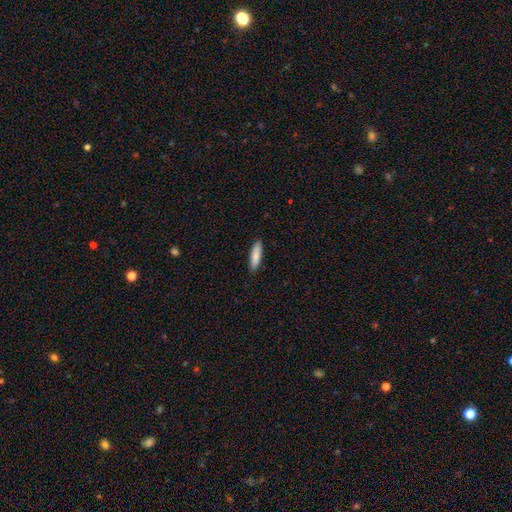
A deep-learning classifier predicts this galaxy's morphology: Smooth or featured: smooth — 86% (featured or disk — 9%)
How rounded: cigar-shaped — 68% (in between — 31%)
Merging: none — 90% (minor disturbance — 8%)